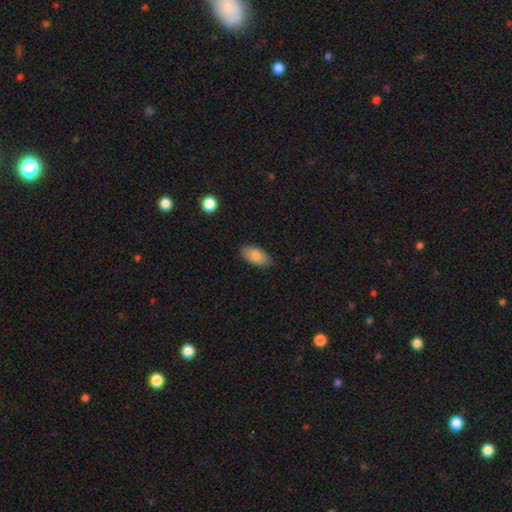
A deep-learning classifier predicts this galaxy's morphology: Smooth or featured?
  - smooth: 86% *
  - featured or disk: 8%
  - star or artifact: 7%
How rounded?
  - in between: 94% *
  - round: 3%
  - cigar-shaped: 3%
Merging?
  - none: 84% *
  - minor disturbance: 12%
  - major disturbance: 2%
  - merger: 1%